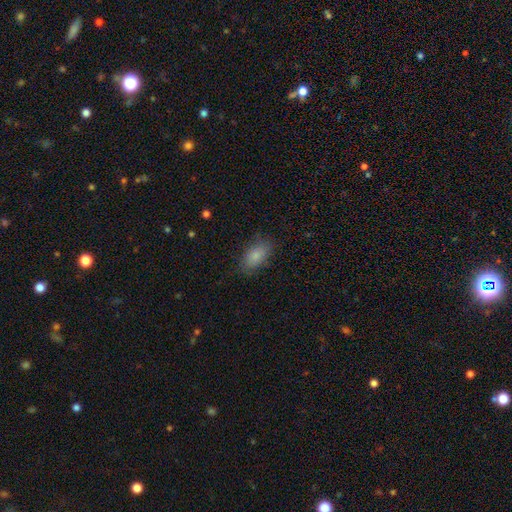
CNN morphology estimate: Smooth or featured?
  - smooth: 85% *
  - star or artifact: 7%
  - featured or disk: 7%
How rounded?
  - in between: 91% *
  - round: 5%
  - cigar-shaped: 4%
Merging?
  - none: 79% *
  - minor disturbance: 15%
  - major disturbance: 5%
  - merger: 1%